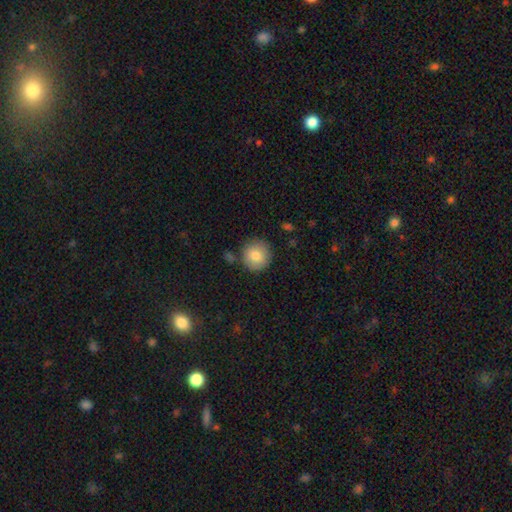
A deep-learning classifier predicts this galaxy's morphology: A smooth galaxy with no disk features (83%) that is round (93%).

Vote fractions:
- Smooth or featured? smooth: 83% / featured or disk: 9% / star or artifact: 8%
- How rounded? round: 93% / in between: 6% / cigar-shaped: 1%
- Merging? none: 85% / minor disturbance: 9% / merger: 4% / major disturbance: 2%